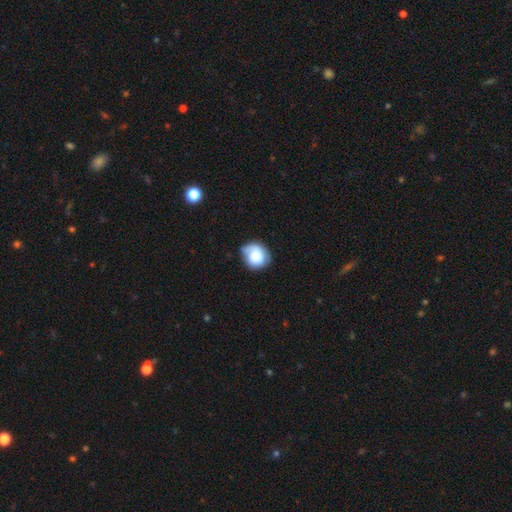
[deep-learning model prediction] smooth 72%, featured or disk 20%, star or artifact 8%. Down the decision tree: how rounded — round (77%); merging — none (55%).